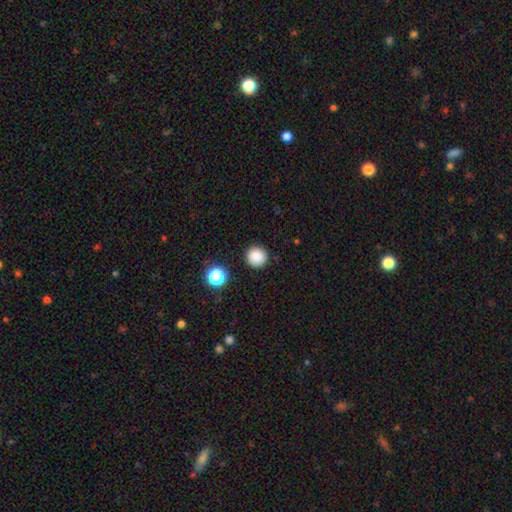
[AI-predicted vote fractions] This appears to be a smooth galaxy with no disk features (84%) that is round (94%). Merging: none (90%).